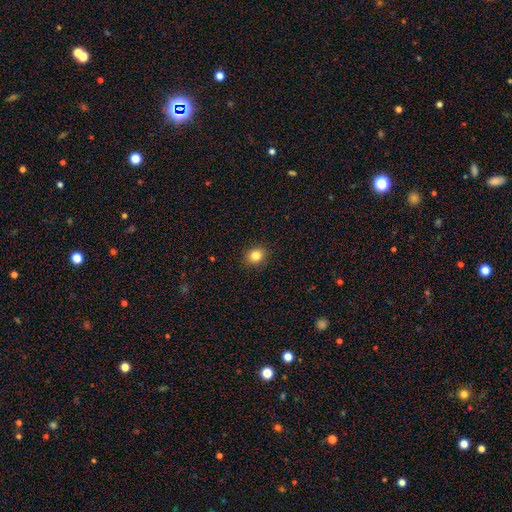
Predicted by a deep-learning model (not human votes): Overall: smooth (83%). How rounded: round (69%; in between 30%). Merging: none (91%).